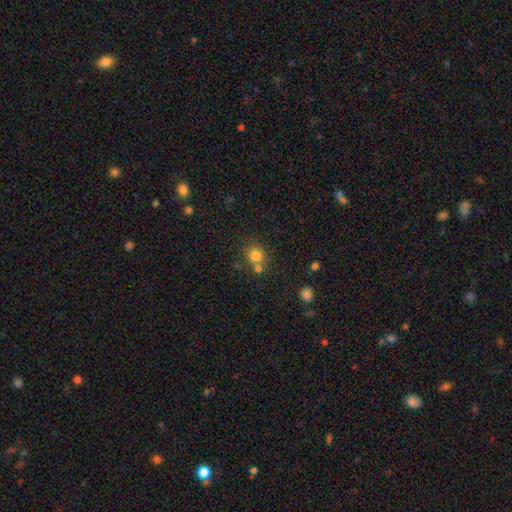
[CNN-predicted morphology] type=smooth (79%); roundness=round (87%); merging=none (63%).